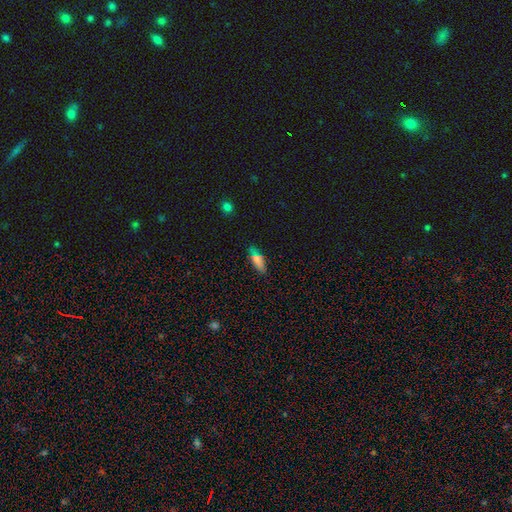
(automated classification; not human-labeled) Overall: smooth (71%). How rounded: in between (66%; cigar-shaped 30%). Merging: none (72%).